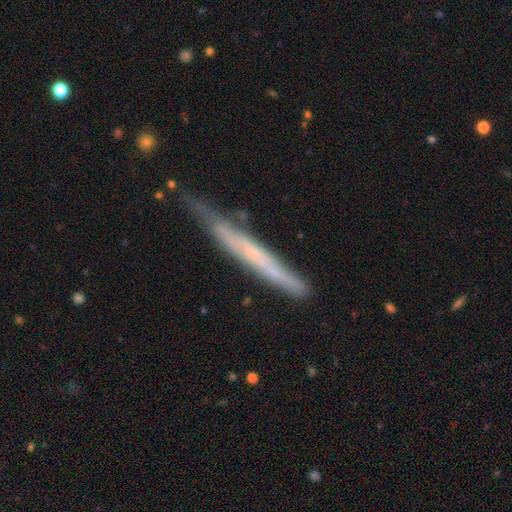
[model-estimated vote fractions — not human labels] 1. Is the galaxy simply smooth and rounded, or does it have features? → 55% featured or disk, 38% smooth, 7% star or artifact.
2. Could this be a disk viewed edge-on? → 91% yes, 9% no.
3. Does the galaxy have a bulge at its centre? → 79% none, 15% rounded, 6% boxy.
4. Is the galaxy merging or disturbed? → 64% none, 28% minor disturbance, 5% major disturbance, 3% merger.